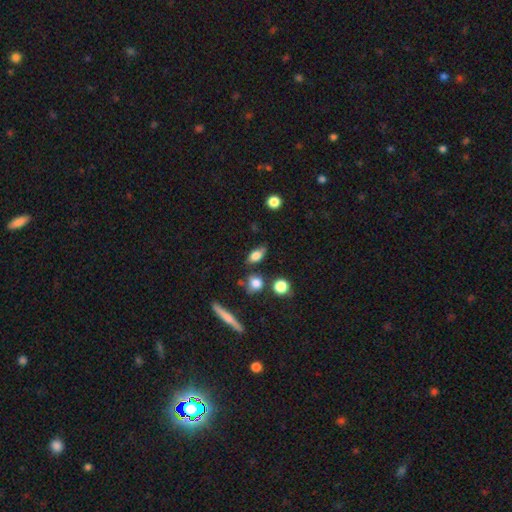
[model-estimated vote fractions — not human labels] smooth 75%, featured or disk 15%, star or artifact 10%. Down the decision tree: how rounded — in between (77%); merging — none (70%).